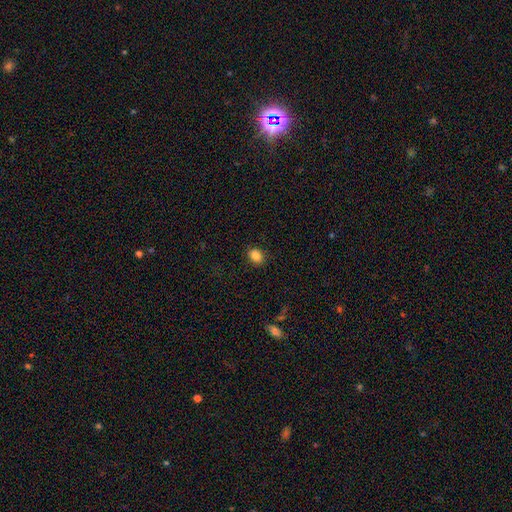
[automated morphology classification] Smooth or featured? smooth (86%)
How rounded? in between (64%)
Merging? none (88%)